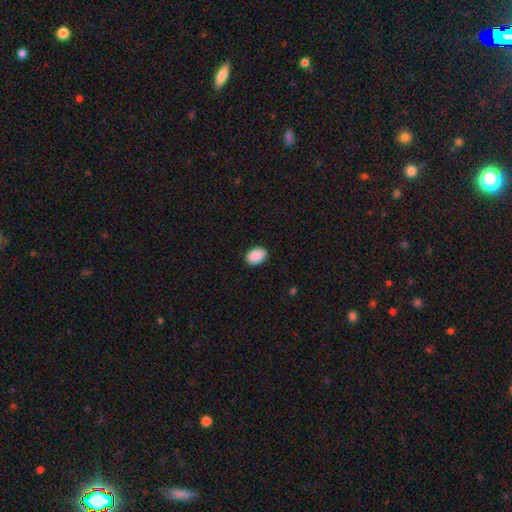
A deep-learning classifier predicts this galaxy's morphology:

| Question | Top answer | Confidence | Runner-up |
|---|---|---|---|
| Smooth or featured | smooth | 90% | star or artifact (7%) |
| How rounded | in between | 85% | round (14%) |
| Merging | none | 86% | minor disturbance (11%) |